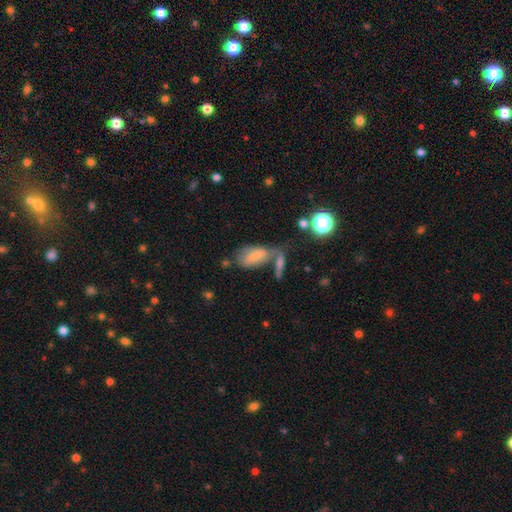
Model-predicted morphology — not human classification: smooth 68%, featured or disk 21%, star or artifact 11%. Down the decision tree: how rounded — in between (87%); merging — none (40%).